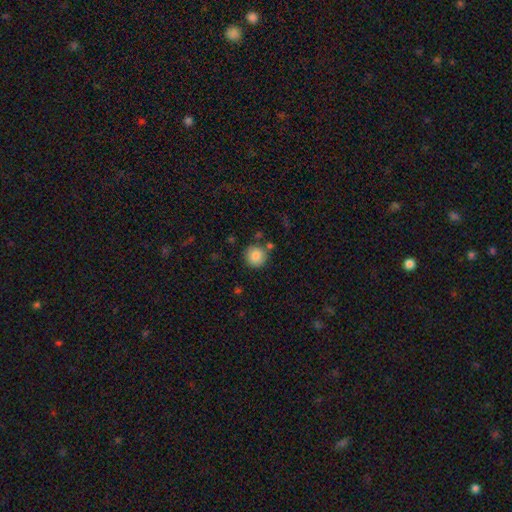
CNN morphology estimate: Smooth or featured: smooth — 85% (star or artifact — 9%)
How rounded: round — 94% (in between — 5%)
Merging: none — 82% (minor disturbance — 9%)